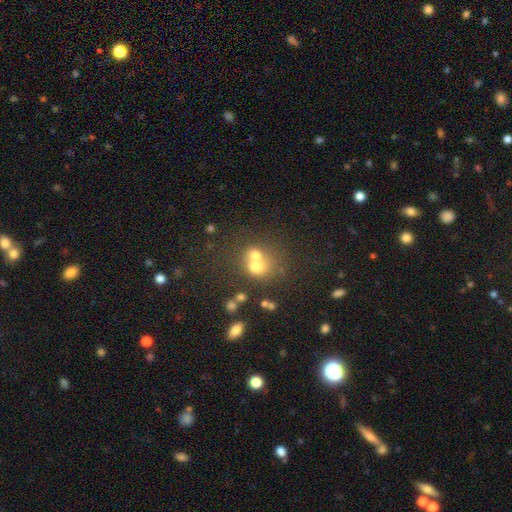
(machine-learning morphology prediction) Smooth or featured: smooth — 63% (featured or disk — 22%)
How rounded: round — 72% (in between — 27%)
Merging: merger — 59% (none — 29%)